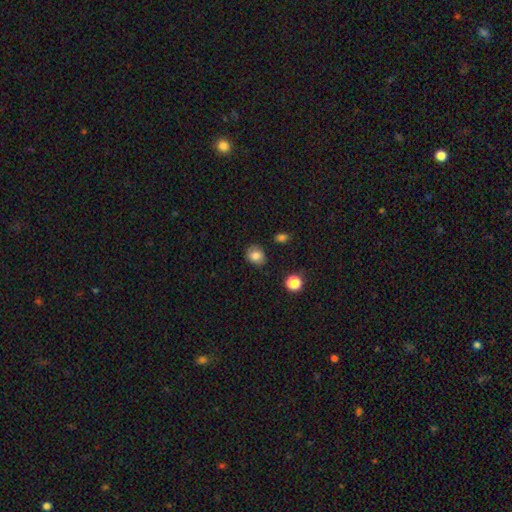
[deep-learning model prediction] The model was most divided on "how rounded": round: 62%, in between: 37%, cigar-shaped: 1%. More confident: smooth or featured — smooth (83%); merging — none (82%).